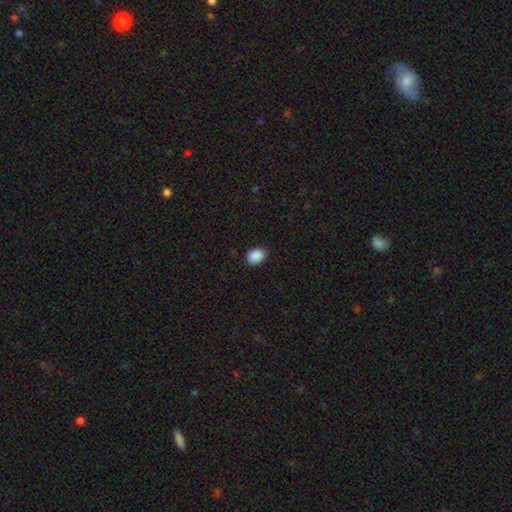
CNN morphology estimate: This is clearly a smooth galaxy (89%). How rounded: likely in between (61%). Merging: clearly none (85%).